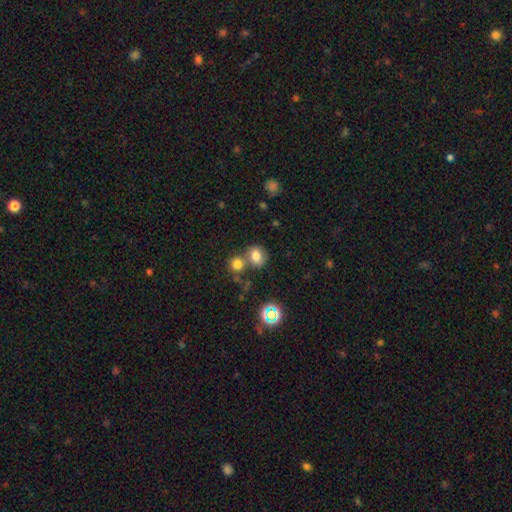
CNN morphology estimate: Smooth or featured: smooth — 75% (star or artifact — 15%)
How rounded: round — 67% (in between — 31%)
Merging: none — 53% (merger — 33%)